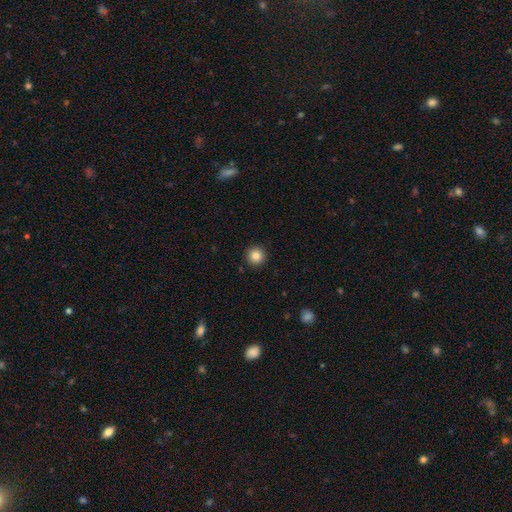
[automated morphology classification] A smooth galaxy with no disk features (85%) that is round (96%).

Vote fractions:
- Smooth or featured? smooth: 85% / star or artifact: 10% / featured or disk: 4%
- How rounded? round: 96% / in between: 3% / cigar-shaped: 1%
- Merging? none: 93% / minor disturbance: 5% / major disturbance: 2% / merger: 1%